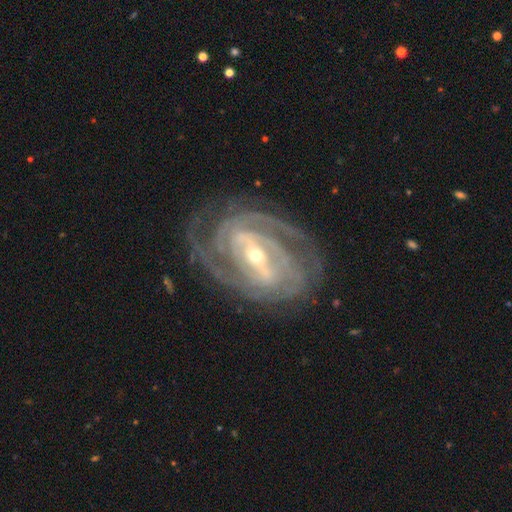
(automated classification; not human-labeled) Smooth or featured? Predicted: featured or disk (p=0.92). Edge-on disk? Predicted: no (p=0.96). Bar? Predicted: strong (p=0.59). Spiral arms? Predicted: yes (p=0.97). Spiral winding? Predicted: tight (p=0.67). Spiral arm count? Predicted: 2 (p=0.32). Bulge size? Predicted: small (p=0.59). Merging? Predicted: none (p=0.73).